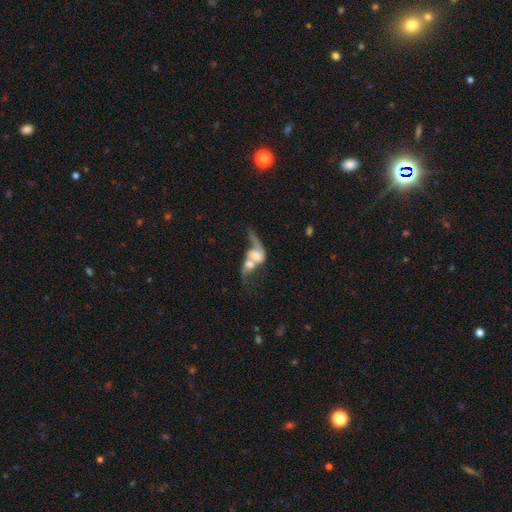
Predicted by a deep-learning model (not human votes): Smooth or featured? Predicted: featured or disk (p=0.57). Edge-on disk? Predicted: no (p=0.93). Bar? Predicted: no (p=0.65). Spiral arms? Predicted: yes (p=0.66). Bulge size? Predicted: moderate (p=0.27). Merging? Predicted: merger (p=0.73).